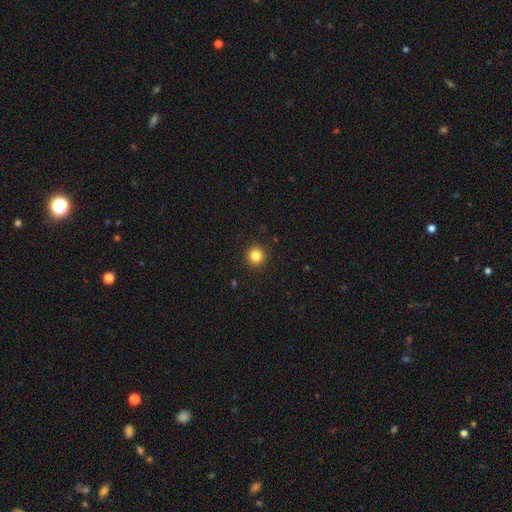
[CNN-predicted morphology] A smooth galaxy with no disk features (84%) that is round (95%). Merging: none (93%).